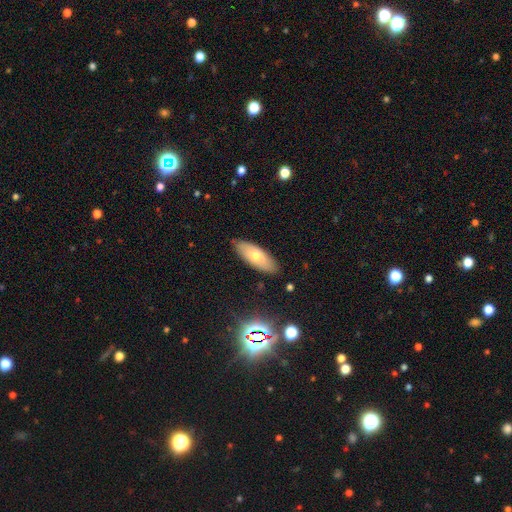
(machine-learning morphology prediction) A smooth galaxy with no disk features (63%) that is in between round and cigar-shaped (76%). Merging: none (86%).